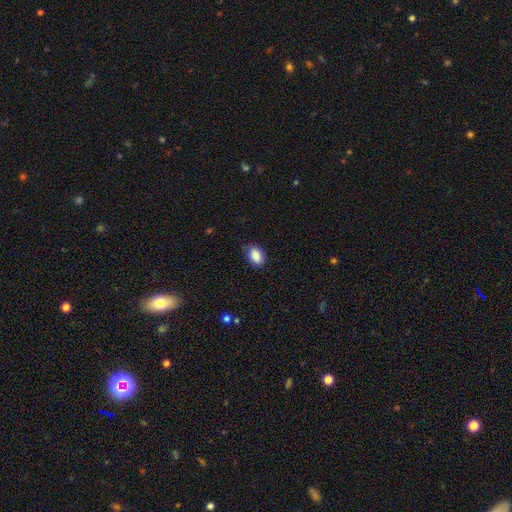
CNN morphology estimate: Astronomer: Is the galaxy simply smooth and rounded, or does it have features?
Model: smooth — 89%.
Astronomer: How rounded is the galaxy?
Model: in between — 87%.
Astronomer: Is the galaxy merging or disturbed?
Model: none — 84%.